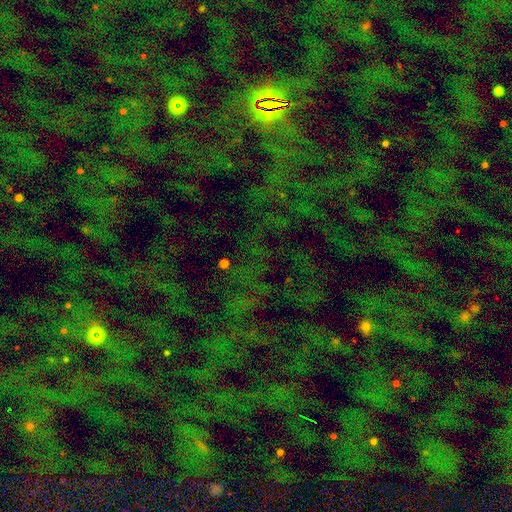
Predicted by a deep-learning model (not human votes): A star or artifact, not a galaxy (69%).

Vote fractions:
- Smooth or featured? star or artifact: 69% / smooth: 21% / featured or disk: 10%